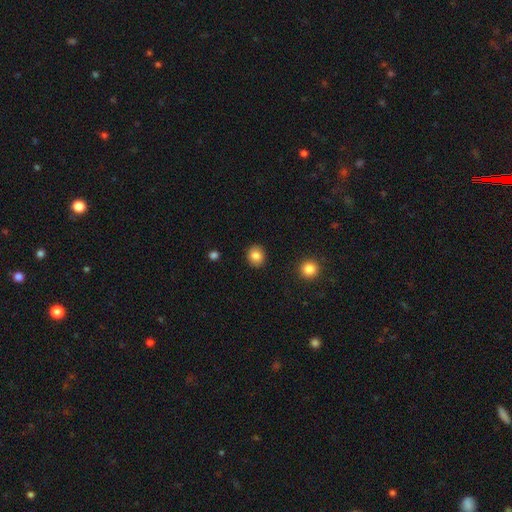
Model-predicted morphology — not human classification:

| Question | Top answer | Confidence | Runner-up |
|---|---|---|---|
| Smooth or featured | smooth | 85% | star or artifact (9%) |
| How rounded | round | 73% | in between (26%) |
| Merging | none | 90% | minor disturbance (6%) |